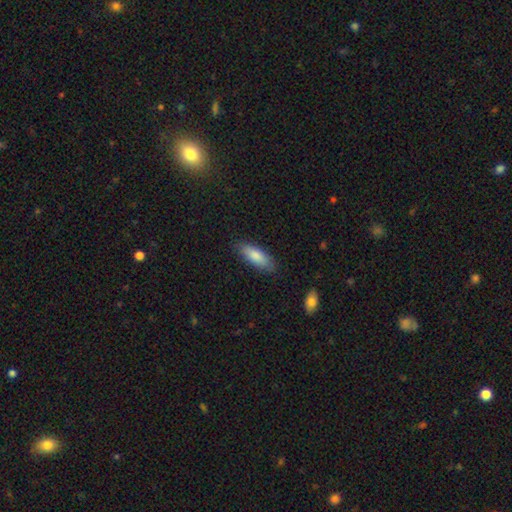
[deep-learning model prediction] The model was most divided on "how rounded": in between: 68%, cigar-shaped: 30%, round: 2%. More confident: merging — none (83%); smooth or featured — smooth (82%).